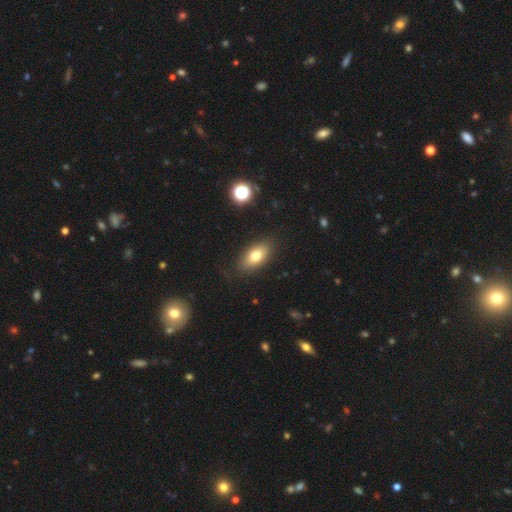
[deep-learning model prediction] A smooth galaxy with no disk features (75%) that is in between round and cigar-shaped (87%).

Vote fractions:
- Smooth or featured? smooth: 75% / featured or disk: 16% / star or artifact: 9%
- How rounded? in between: 87% / round: 7% / cigar-shaped: 6%
- Merging? none: 86% / minor disturbance: 10% / major disturbance: 3% / merger: 1%